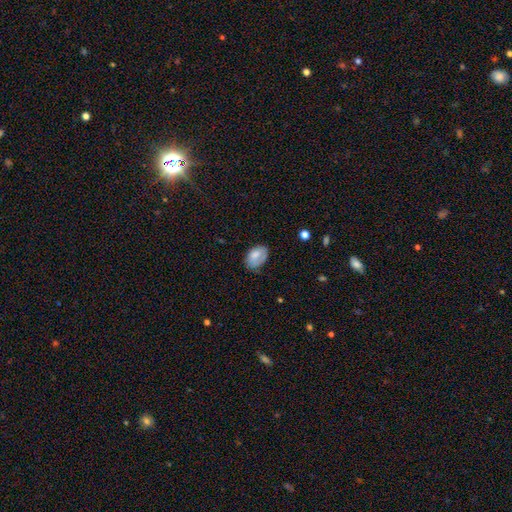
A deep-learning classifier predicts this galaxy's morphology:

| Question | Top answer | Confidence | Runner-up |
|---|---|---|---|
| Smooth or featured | smooth | 76% | featured or disk (17%) |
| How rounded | in between | 88% | round (11%) |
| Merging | none | 61% | minor disturbance (29%) |